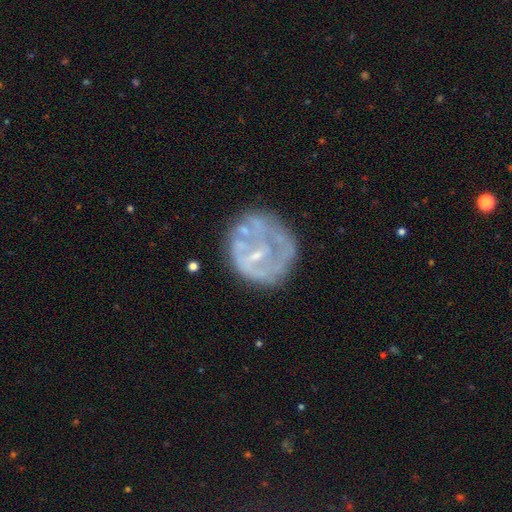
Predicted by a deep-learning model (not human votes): Smooth or featured?
  - featured or disk: 66% *
  - smooth: 25%
  - star or artifact: 10%
Edge-on disk?
  - no: 98% *
  - yes: 2%
Bar?
  - no: 62% *
  - weak: 29%
  - strong: 9%
Spiral arms?
  - no: 66% *
  - yes: 34%
Bulge size?
  - small: 58% *
  - none: 25%
  - moderate: 14%
  - large: 1%
  - dominant: 1%
Merging?
  - none: 53% *
  - minor disturbance: 21%
  - major disturbance: 20%
  - merger: 5%